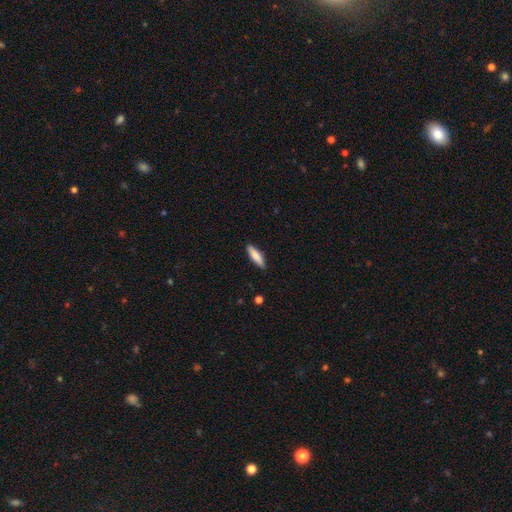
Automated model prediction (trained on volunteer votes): Overall: smooth (81%). How rounded: cigar-shaped (63%; in between 36%). Merging: none (88%).